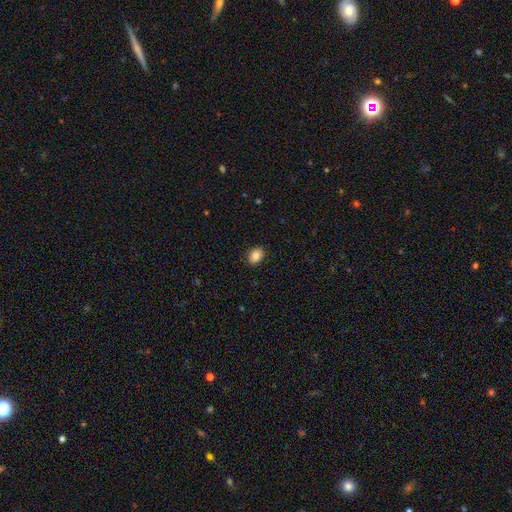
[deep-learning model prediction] Morphology: type=smooth (83%); roundness=in between (73%); merging=none (89%).